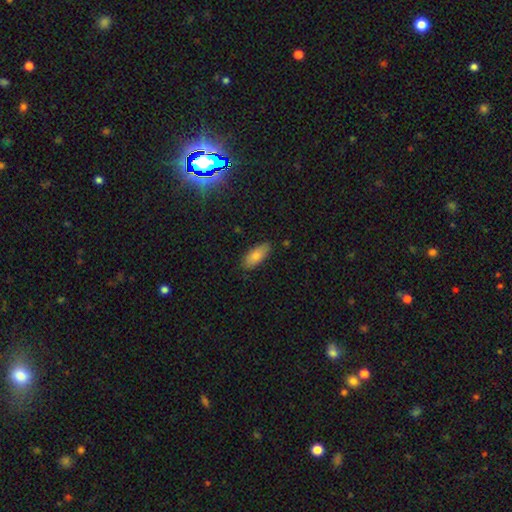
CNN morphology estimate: smooth-or-featured: smooth: 76% | featured or disk: 14% | star or artifact: 9%
  how-rounded: in between: 80% | cigar-shaped: 17% | round: 2%
  merging: none: 86% | minor disturbance: 11% | major disturbance: 2% | merger: 1%